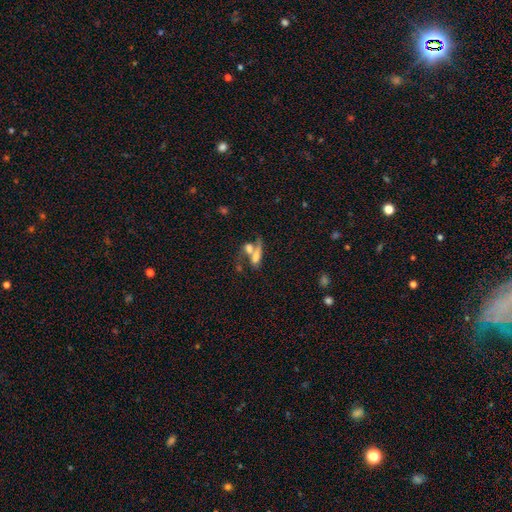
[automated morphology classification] A smooth galaxy with no disk features (58%) that is in between round and cigar-shaped (57%).

Vote fractions:
- Smooth or featured? smooth: 58% / featured or disk: 30% / star or artifact: 12%
- How rounded? in between: 57% / cigar-shaped: 32% / round: 11%
- Merging? merger: 59% / none: 22% / major disturbance: 11% / minor disturbance: 8%